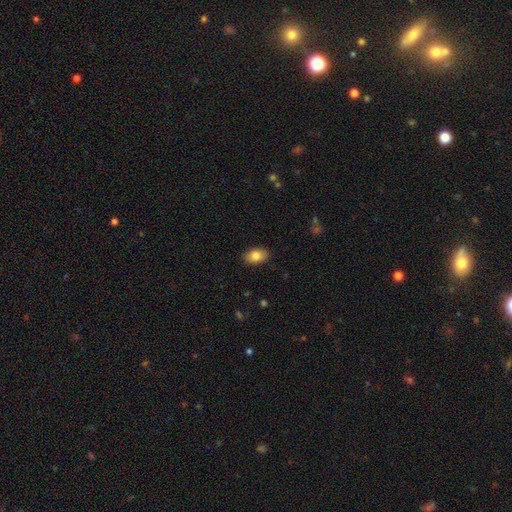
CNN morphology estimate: type=smooth (83%); roundness=in between (86%); merging=none (88%).